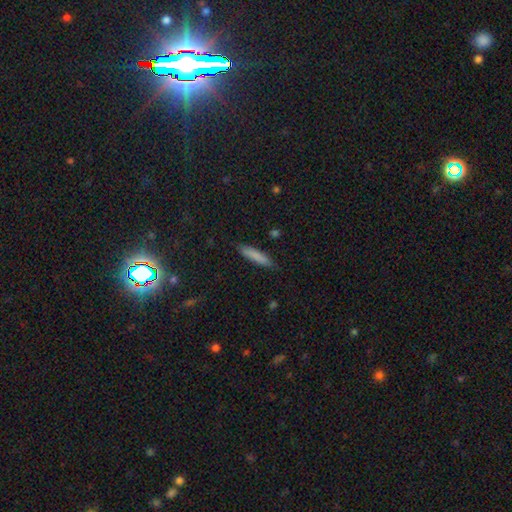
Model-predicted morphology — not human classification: Smooth or featured: smooth — 84% (featured or disk — 10%)
How rounded: cigar-shaped — 84% (in between — 14%)
Merging: none — 86% (minor disturbance — 10%)